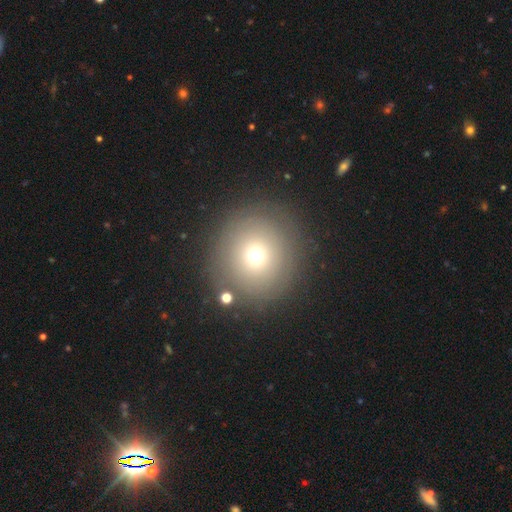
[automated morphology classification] smooth-or-featured: smooth: 69% | star or artifact: 17% | featured or disk: 14%
  how-rounded: round: 93% | in between: 6% | cigar-shaped: 1%
  merging: none: 86% | minor disturbance: 8% | major disturbance: 4% | merger: 3%